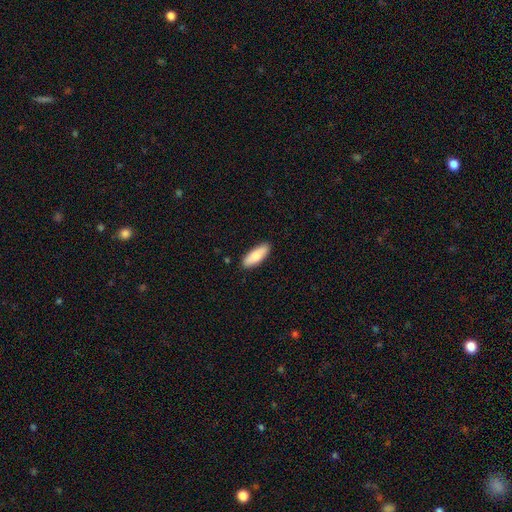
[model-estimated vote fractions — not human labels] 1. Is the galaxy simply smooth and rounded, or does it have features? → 81% smooth, 13% featured or disk, 6% star or artifact.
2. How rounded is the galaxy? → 69% in between, 29% cigar-shaped, 2% round.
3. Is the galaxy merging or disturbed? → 88% none, 9% minor disturbance, 2% major disturbance, 1% merger.